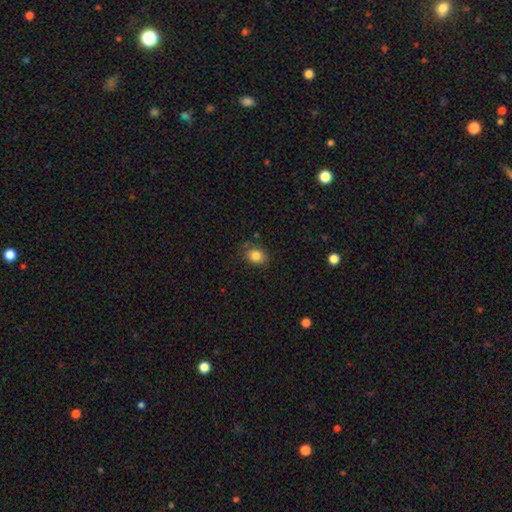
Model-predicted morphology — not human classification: smooth 82%, star or artifact 10%, featured or disk 8%. Down the decision tree: how rounded — in between (54%); merging — none (72%).